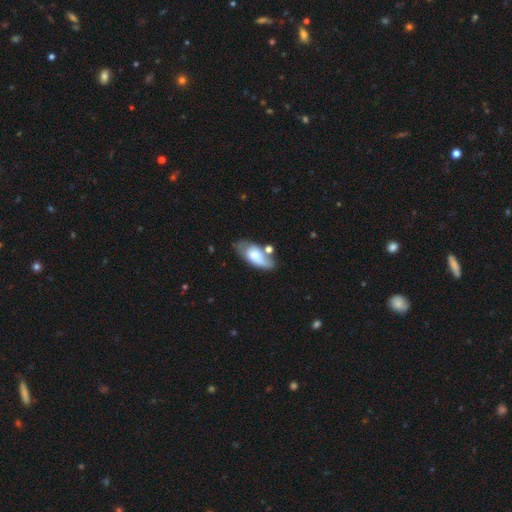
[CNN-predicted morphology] A smooth galaxy with no disk features (62%) that is in between round and cigar-shaped (88%).

Vote fractions:
- Smooth or featured? smooth: 62% / featured or disk: 32% / star or artifact: 6%
- How rounded? in between: 88% / cigar-shaped: 9% / round: 3%
- Merging? none: 46% / minor disturbance: 26% / merger: 18% / major disturbance: 11%